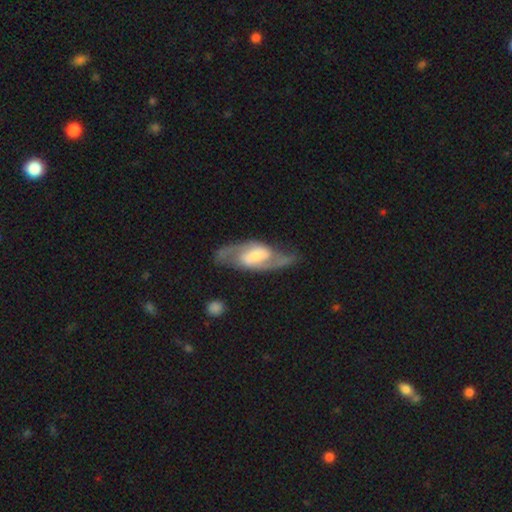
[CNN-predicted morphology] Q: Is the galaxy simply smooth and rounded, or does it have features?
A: featured or disk — 83%.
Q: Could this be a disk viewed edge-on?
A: no — 93%.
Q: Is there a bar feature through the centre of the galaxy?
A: weak — 43%.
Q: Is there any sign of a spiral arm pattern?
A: yes — 93%.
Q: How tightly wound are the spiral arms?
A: medium — 52%.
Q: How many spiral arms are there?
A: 2 — 90%.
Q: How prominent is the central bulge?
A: moderate — 44%.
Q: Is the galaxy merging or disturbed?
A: none — 72%.